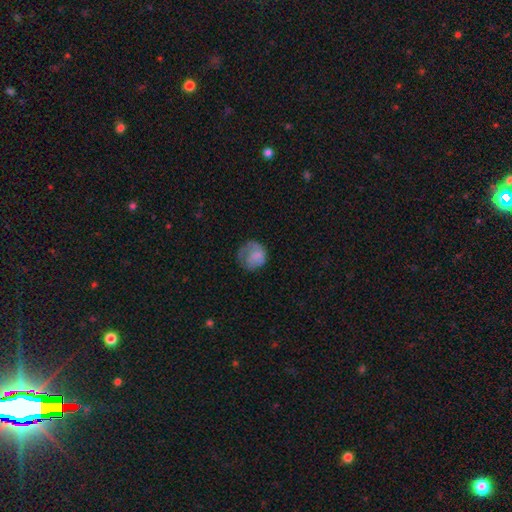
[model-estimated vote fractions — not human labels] The model was most divided on "merging": none: 47%, minor disturbance: 27%, major disturbance: 24%, merger: 2%. More confident: how rounded — round (78%); smooth or featured — smooth (68%).